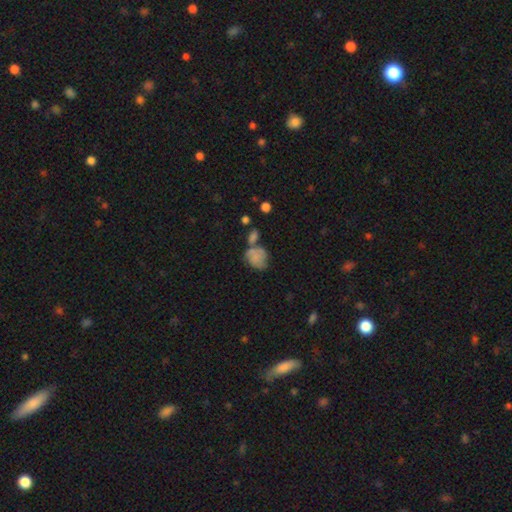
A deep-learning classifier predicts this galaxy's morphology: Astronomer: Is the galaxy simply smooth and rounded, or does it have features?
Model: smooth — 71%.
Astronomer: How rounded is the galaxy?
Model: in between — 54% (runner-up: round, 44%).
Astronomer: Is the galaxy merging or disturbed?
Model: none — 33% (runner-up: merger, 31%).